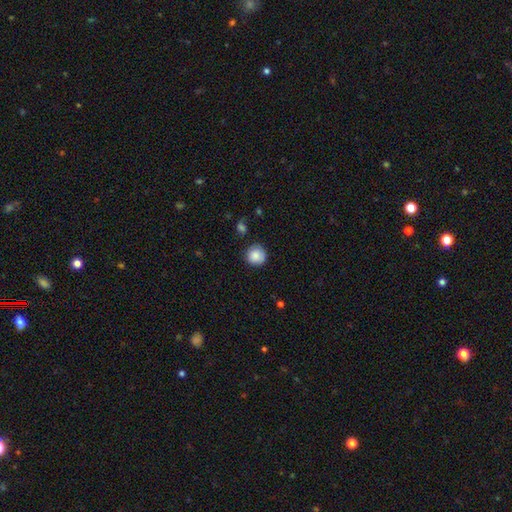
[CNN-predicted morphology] This is clearly a smooth galaxy (86%). How rounded: clearly round (93%). Merging: clearly none (84%).